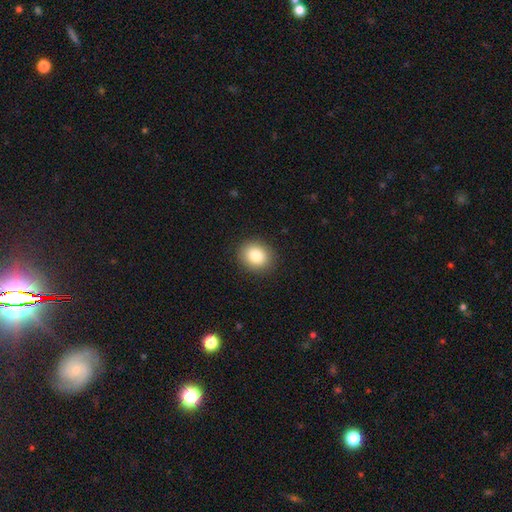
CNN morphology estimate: Smooth or featured?
  - smooth: 85% *
  - star or artifact: 9%
  - featured or disk: 7%
How rounded?
  - round: 66% *
  - in between: 33%
  - cigar-shaped: 1%
Merging?
  - none: 90% *
  - minor disturbance: 7%
  - major disturbance: 2%
  - merger: 1%